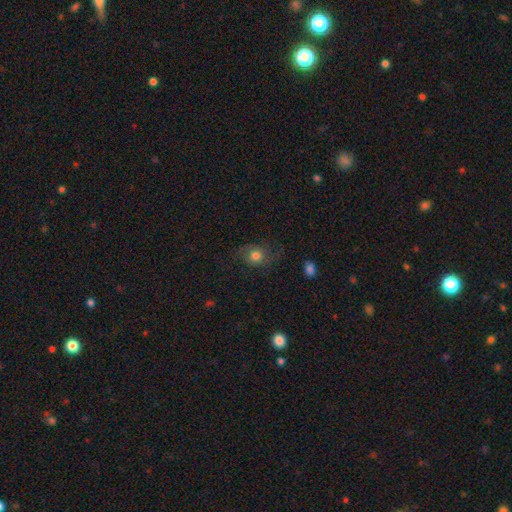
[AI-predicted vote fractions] Overall: smooth (66%). How rounded: round (60%; in between 38%). Merging: none (63%).